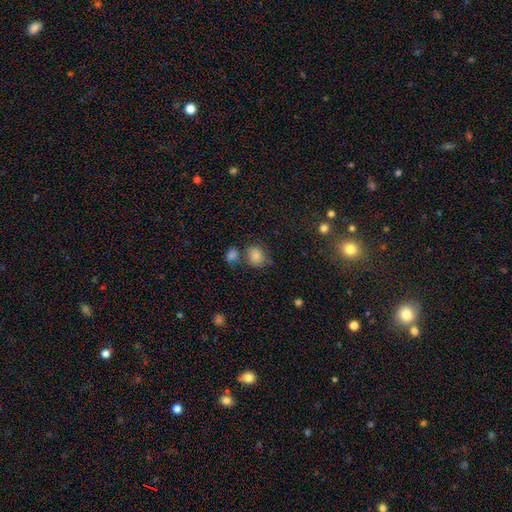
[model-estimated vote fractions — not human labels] Smooth or featured? Predicted: smooth (p=0.81). How rounded? Predicted: round (p=0.65). Merging? Predicted: none (p=0.58).